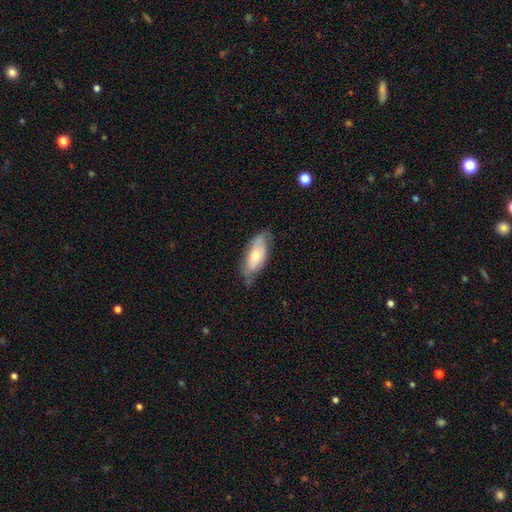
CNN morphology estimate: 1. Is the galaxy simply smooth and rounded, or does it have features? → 55% smooth, 39% featured or disk, 6% star or artifact.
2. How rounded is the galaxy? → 82% in between, 15% cigar-shaped, 2% round.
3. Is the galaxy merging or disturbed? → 63% none, 28% minor disturbance, 7% major disturbance, 1% merger.